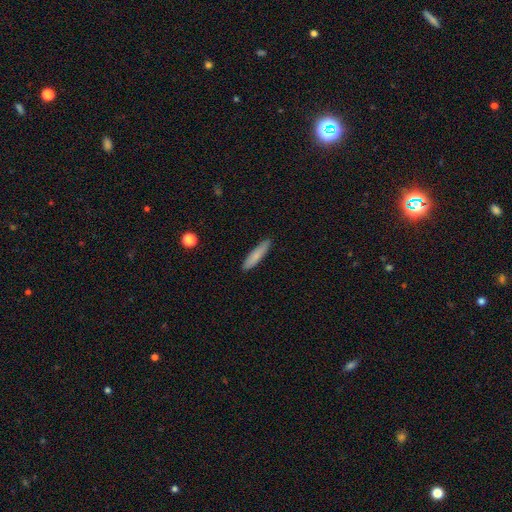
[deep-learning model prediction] Morphology: type=smooth (79%); roundness=cigar-shaped (86%); merging=none (90%).